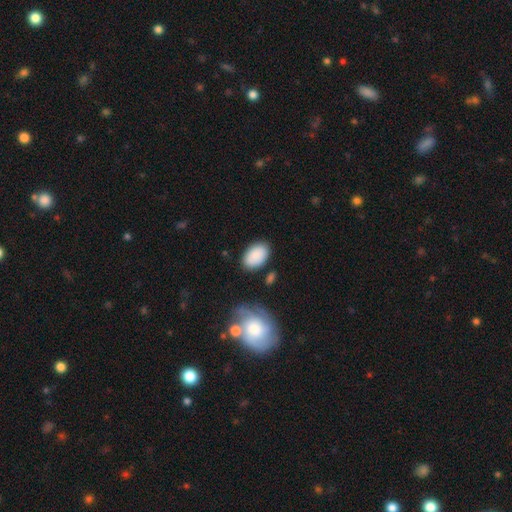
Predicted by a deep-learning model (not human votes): A smooth galaxy with no disk features (88%) that is in between round and cigar-shaped (91%).

Vote fractions:
- Smooth or featured? smooth: 88% / star or artifact: 7% / featured or disk: 5%
- How rounded? in between: 91% / round: 7% / cigar-shaped: 1%
- Merging? none: 79% / minor disturbance: 13% / merger: 4% / major disturbance: 4%